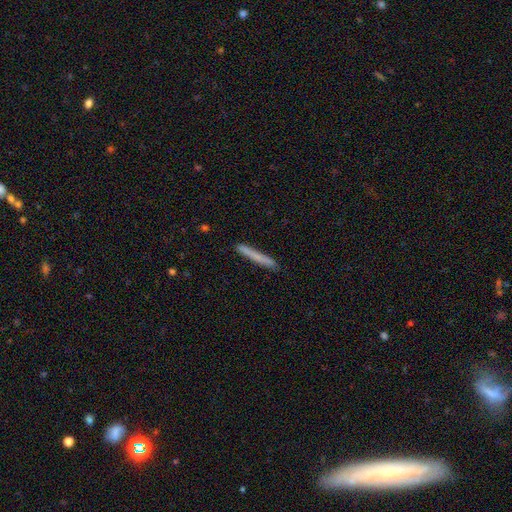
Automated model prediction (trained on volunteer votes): smooth 72%, featured or disk 22%, star or artifact 6%. Down the decision tree: how rounded — cigar-shaped (97%); merging — none (90%).